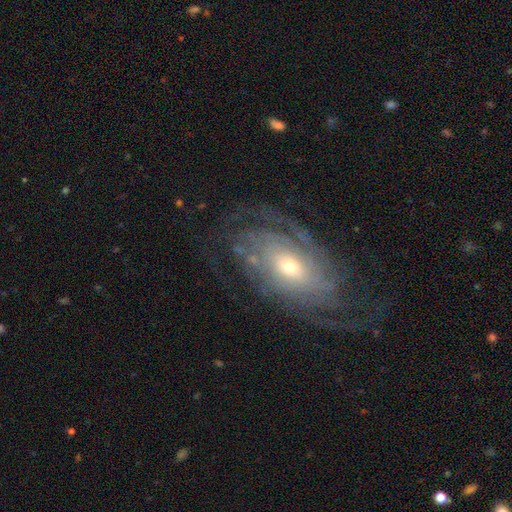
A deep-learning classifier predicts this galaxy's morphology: Smooth or featured: featured or disk — 84% (smooth — 10%)
Edge-on disk: no — 93% (yes — 7%)
Bar: no — 69% (weak — 23%)
Spiral arms: yes — 93% (no — 7%)
Spiral winding: tight — 65% (medium — 26%)
Spiral arm count: can't tell — 42% (2 — 20%)
Bulge size: moderate — 48% (small — 45%)
Merging: none — 71% (minor disturbance — 17%)